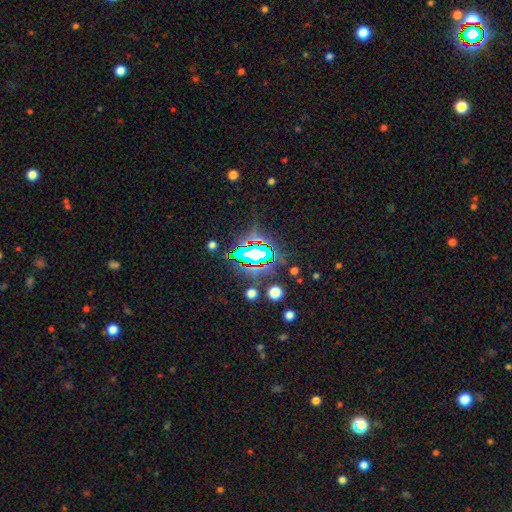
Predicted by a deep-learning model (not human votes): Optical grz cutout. It shows a star or artifact, not a galaxy (67%).